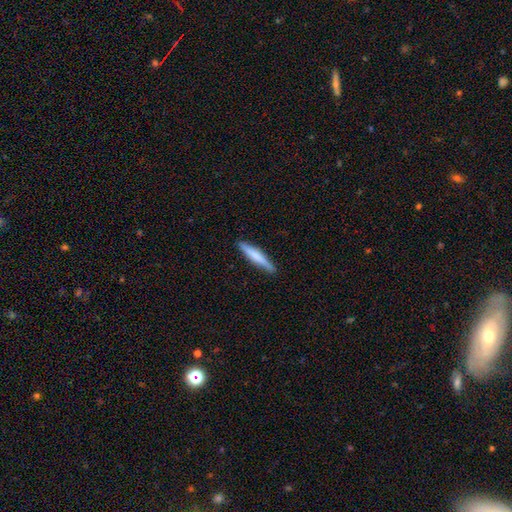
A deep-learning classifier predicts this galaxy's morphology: smooth-or-featured: smooth: 65% | featured or disk: 30% | star or artifact: 5%
  how-rounded: cigar-shaped: 92% | in between: 7% | round: 1%
  merging: none: 89% | minor disturbance: 8% | major disturbance: 2% | merger: 1%